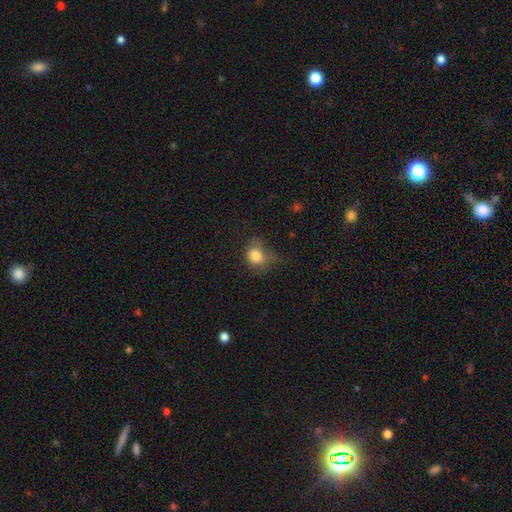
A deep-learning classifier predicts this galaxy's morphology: Overall: smooth (82%). How rounded: round (54%; in between 45%). Merging: none (41%; minor disturbance 33%).